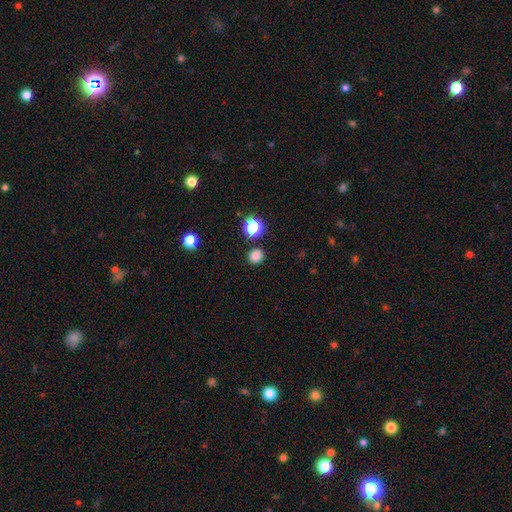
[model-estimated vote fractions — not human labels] smooth 82%, star or artifact 14%, featured or disk 4%. Down the decision tree: how rounded — round (87%); merging — none (89%).